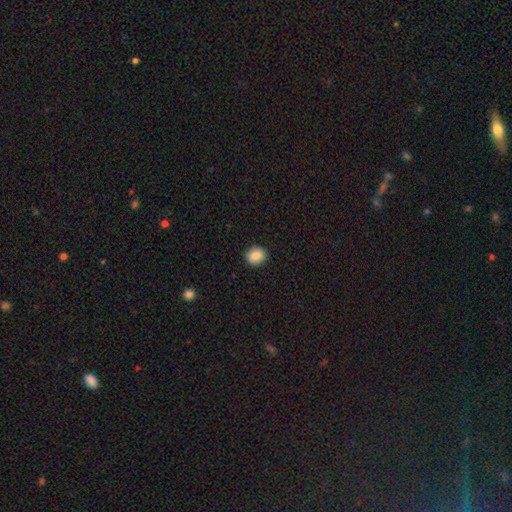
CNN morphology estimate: Smooth or featured?
  - smooth: 86% *
  - star or artifact: 9%
  - featured or disk: 6%
How rounded?
  - round: 73% *
  - in between: 26%
  - cigar-shaped: 1%
Merging?
  - none: 90% *
  - minor disturbance: 7%
  - major disturbance: 2%
  - merger: 1%